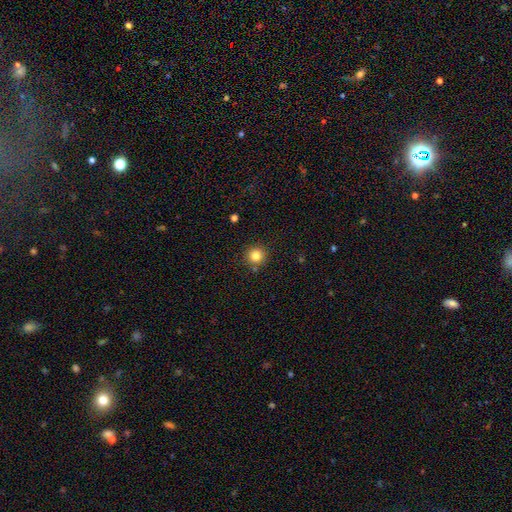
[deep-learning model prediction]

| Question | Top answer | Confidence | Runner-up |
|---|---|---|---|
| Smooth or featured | smooth | 83% | star or artifact (12%) |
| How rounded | round | 94% | in between (5%) |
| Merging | none | 87% | minor disturbance (7%) |